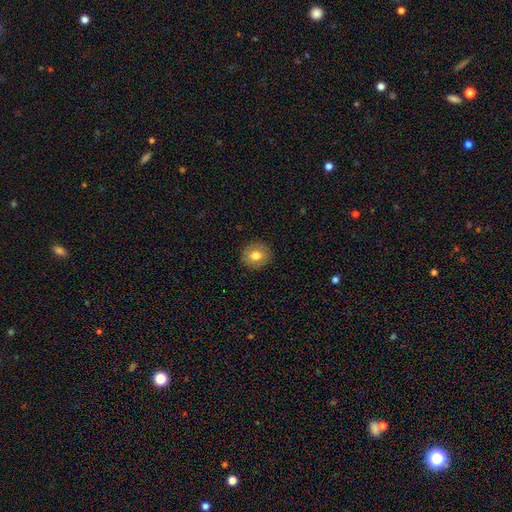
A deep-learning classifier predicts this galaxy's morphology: Smooth or featured?
  - smooth: 78% *
  - featured or disk: 13%
  - star or artifact: 9%
How rounded?
  - round: 81% *
  - in between: 18%
  - cigar-shaped: 1%
Merging?
  - none: 90% *
  - minor disturbance: 7%
  - major disturbance: 2%
  - merger: 1%